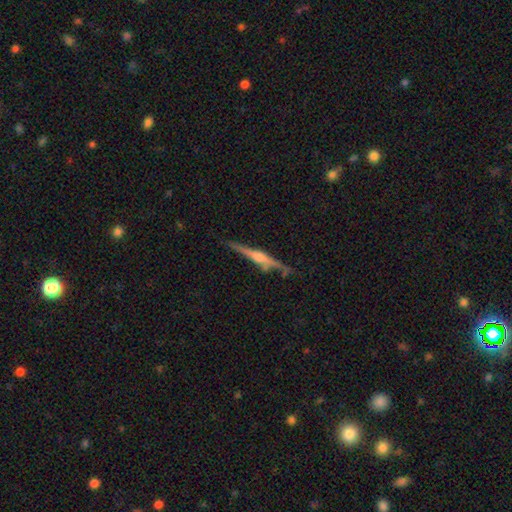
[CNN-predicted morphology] featured or disk 79%, smooth 15%, star or artifact 6%. Down the decision tree: edge-on disk — yes (97%); edge-on bulge — rounded (80%); merging — none (80%).